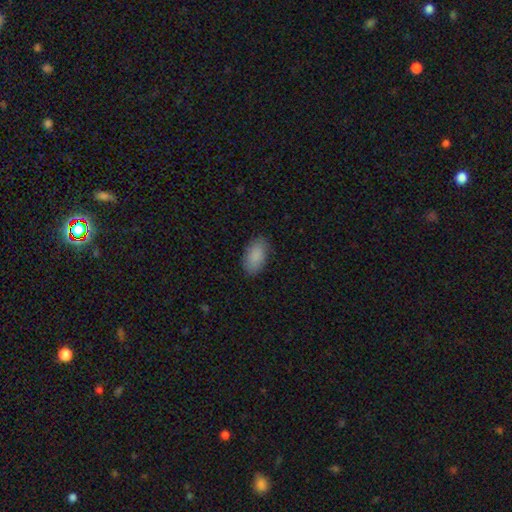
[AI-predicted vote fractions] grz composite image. It shows a smooth galaxy with no disk features (89%) that is in between round and cigar-shaped (94%). Merging: none (84%).